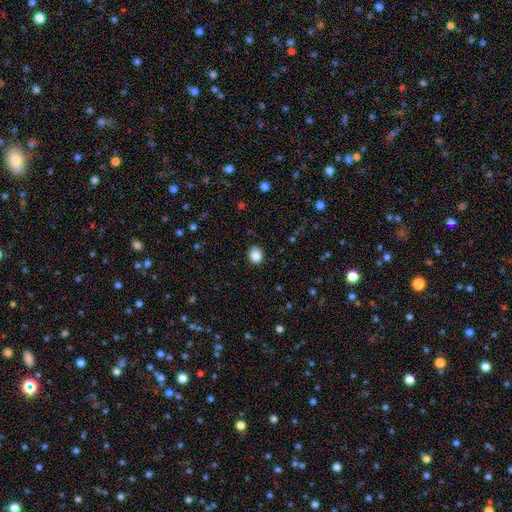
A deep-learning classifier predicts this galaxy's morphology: type=smooth (87%); roundness=round (69%); merging=none (89%).